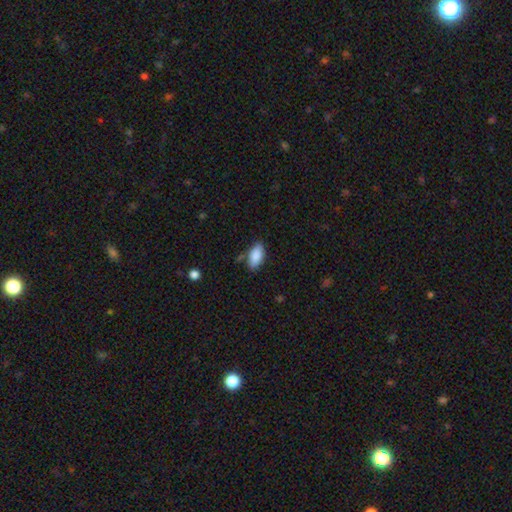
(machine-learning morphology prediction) Smooth or featured?
  - smooth: 88% *
  - star or artifact: 6%
  - featured or disk: 6%
How rounded?
  - in between: 92% *
  - cigar-shaped: 6%
  - round: 3%
Merging?
  - none: 79% *
  - minor disturbance: 15%
  - merger: 3%
  - major disturbance: 3%